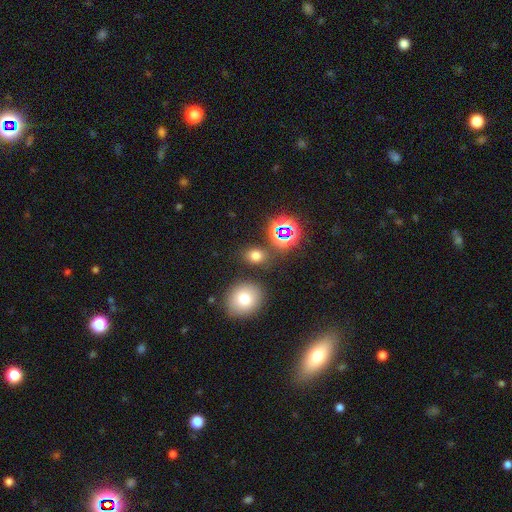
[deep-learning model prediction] smooth_or_featured: smooth (p=0.70) [alt: star or artifact p=0.23]
how_rounded: in between (p=0.61) [alt: round p=0.37]
merging: none (p=0.80) [alt: minor disturbance p=0.10]